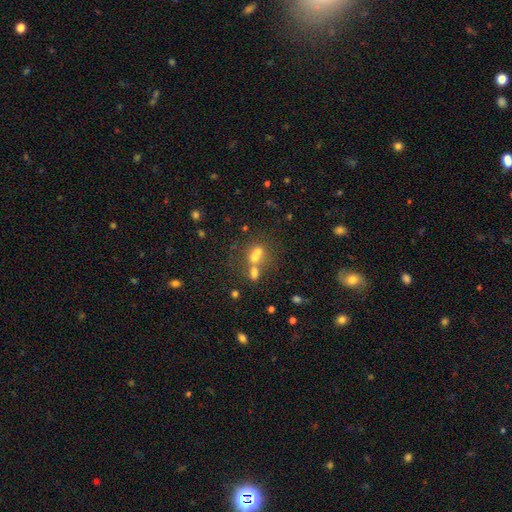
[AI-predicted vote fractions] Smooth or featured?
  - smooth: 54% *
  - featured or disk: 23%
  - star or artifact: 23%
How rounded?
  - round: 68% *
  - in between: 31%
  - cigar-shaped: 2%
Merging?
  - merger: 55% *
  - none: 34%
  - minor disturbance: 7%
  - major disturbance: 4%